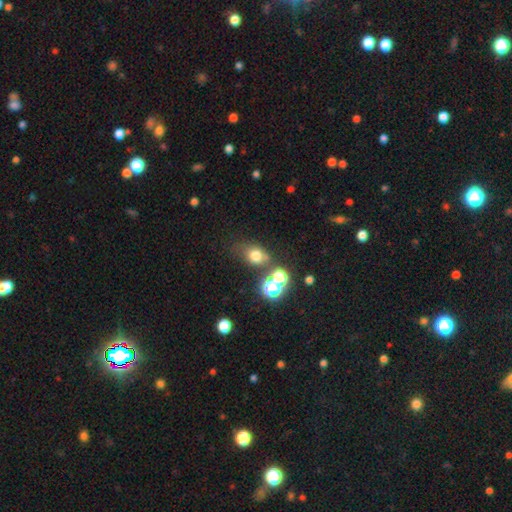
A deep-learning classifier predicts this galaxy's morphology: The model was most divided on "how rounded": in between: 50%, round: 49%, cigar-shaped: 2%. More confident: smooth or featured — smooth (67%); merging — none (53%).